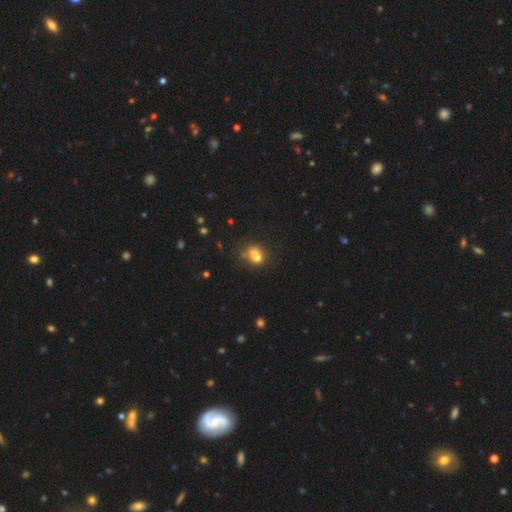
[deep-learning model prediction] Morphology: type=smooth (71%); roundness=in between (52%); merging=none (40%).